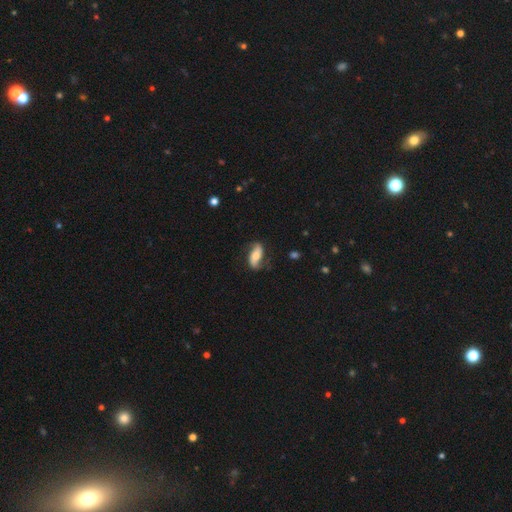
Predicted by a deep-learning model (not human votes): Smooth or featured? featured or disk (60%)
Edge-on disk? no (89%)
Bar? no (46%)
Spiral arms? yes (87%)
Bulge size? moderate (57%)
Merging? none (70%)